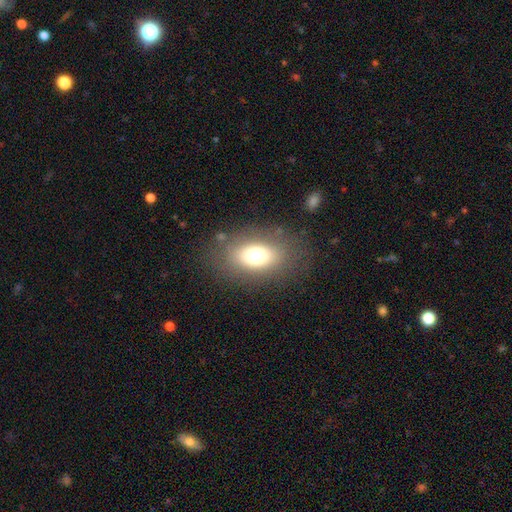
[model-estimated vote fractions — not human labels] The model was most divided on "smooth or featured": smooth: 69%, featured or disk: 18%, star or artifact: 14%. More confident: merging — none (79%); how rounded — in between (77%).